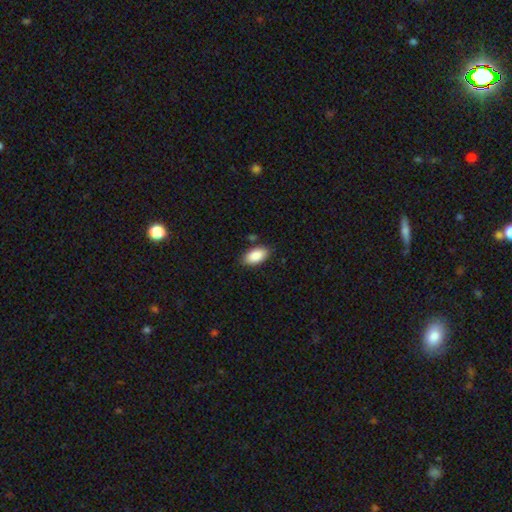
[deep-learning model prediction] Smooth or featured?
  - smooth: 88% *
  - star or artifact: 6%
  - featured or disk: 5%
How rounded?
  - in between: 94% *
  - round: 3%
  - cigar-shaped: 3%
Merging?
  - none: 84% *
  - minor disturbance: 11%
  - merger: 3%
  - major disturbance: 2%